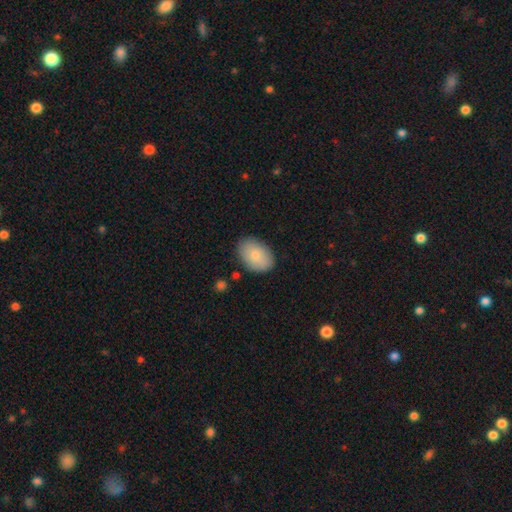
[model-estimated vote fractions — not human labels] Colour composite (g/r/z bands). It shows a smooth galaxy with no disk features (81%) that is in between round and cigar-shaped (86%). Merging: none (84%).